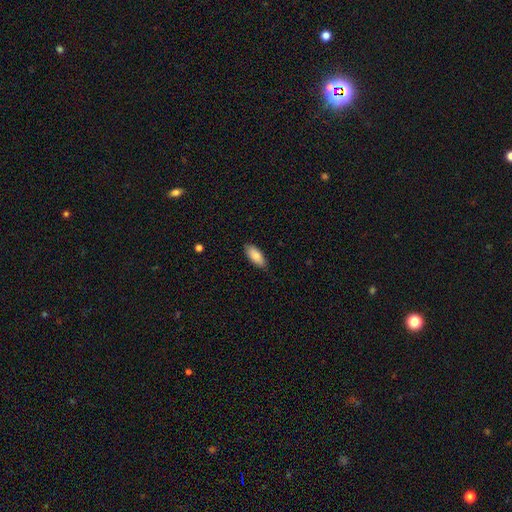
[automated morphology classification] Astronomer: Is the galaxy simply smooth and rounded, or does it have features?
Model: smooth — 85%.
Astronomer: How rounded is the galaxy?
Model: in between — 84%.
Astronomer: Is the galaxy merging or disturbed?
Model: none — 83%.